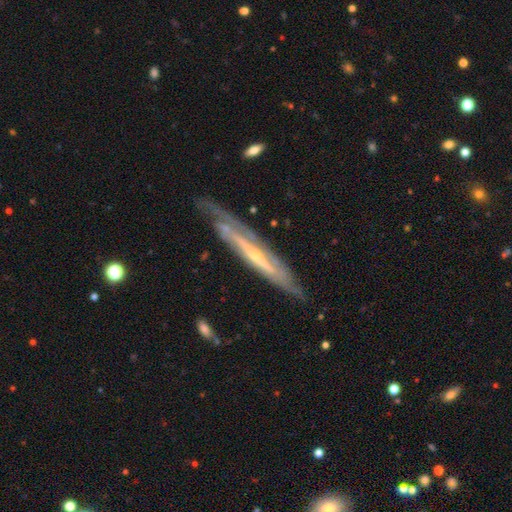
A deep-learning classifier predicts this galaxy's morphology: This is clearly a featured or disk galaxy (83%). It is possibly viewed edge-on (58%). Merging: likely none (70%).